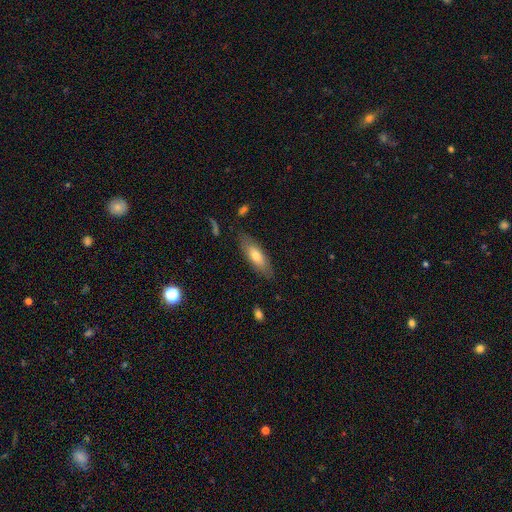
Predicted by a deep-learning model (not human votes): Q: Smooth or featured?
A: smooth (66%); runner-up: featured or disk (27%)
Q: How rounded?
A: in between (56%); runner-up: cigar-shaped (42%)
Q: Merging?
A: none (82%); runner-up: minor disturbance (13%)